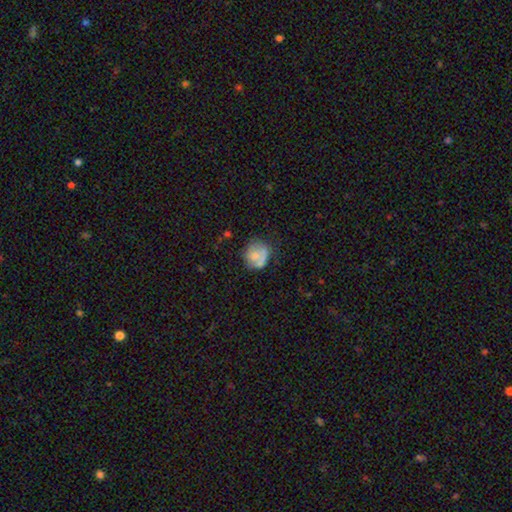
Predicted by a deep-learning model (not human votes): Morphology: type=smooth (57%); roundness=round (77%); merging=none (49%).